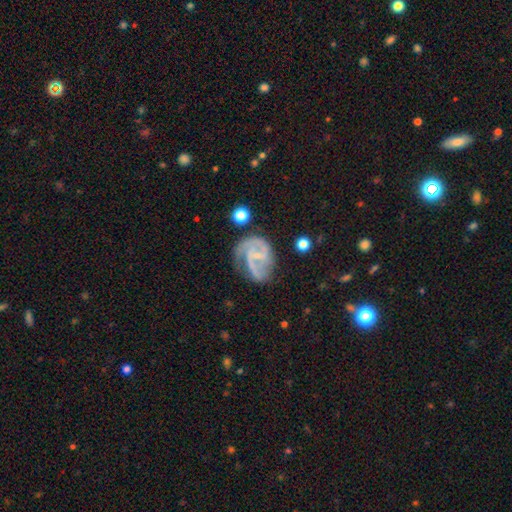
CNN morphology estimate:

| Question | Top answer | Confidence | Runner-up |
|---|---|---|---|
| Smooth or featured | featured or disk | 83% | smooth (10%) |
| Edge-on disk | no | 98% | yes (2%) |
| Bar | no | 43% | weak (42%) |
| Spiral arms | yes | 93% | no (7%) |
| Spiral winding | medium | 48% | tight (30%) |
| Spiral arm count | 2 | 49% | 3 (22%) |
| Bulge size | small | 70% | none (15%) |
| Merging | none | 49% | minor disturbance (25%) |